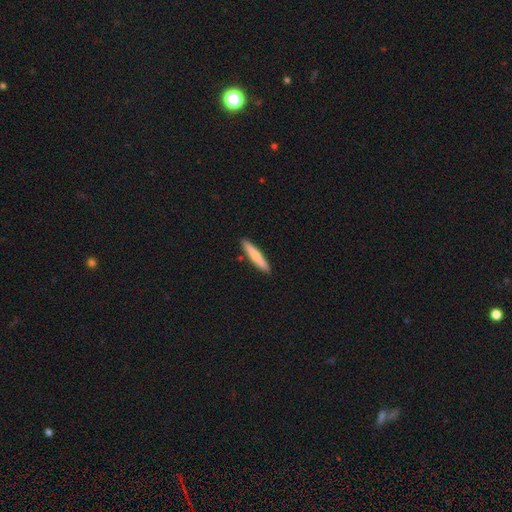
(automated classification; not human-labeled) smooth_or_featured: smooth (p=0.73) [alt: featured or disk p=0.22]
how_rounded: cigar-shaped (p=0.93) [alt: in between p=0.06]
merging: none (p=0.90) [alt: minor disturbance p=0.07]